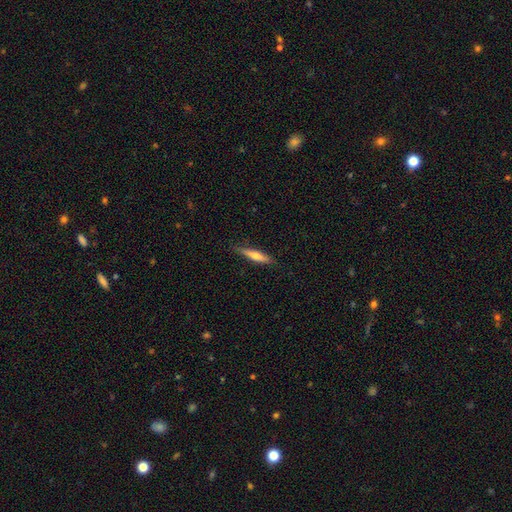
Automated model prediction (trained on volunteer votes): Smooth or featured: smooth — 53% (featured or disk — 42%)
How rounded: cigar-shaped — 86% (in between — 12%)
Merging: none — 85% (minor disturbance — 12%)